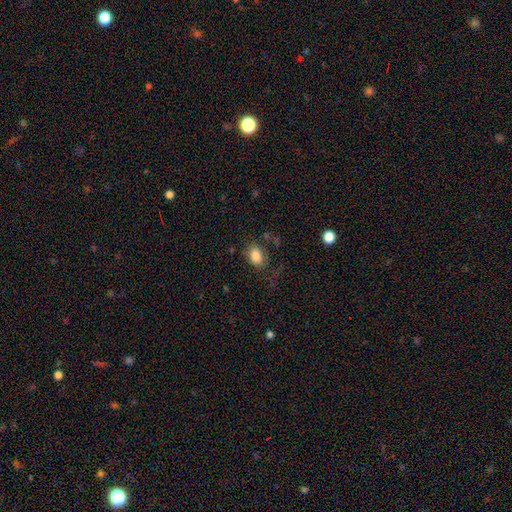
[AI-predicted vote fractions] This appears to be a smooth galaxy with no disk features (83%) that is in between round and cigar-shaped (78%). Merging: none (64%).